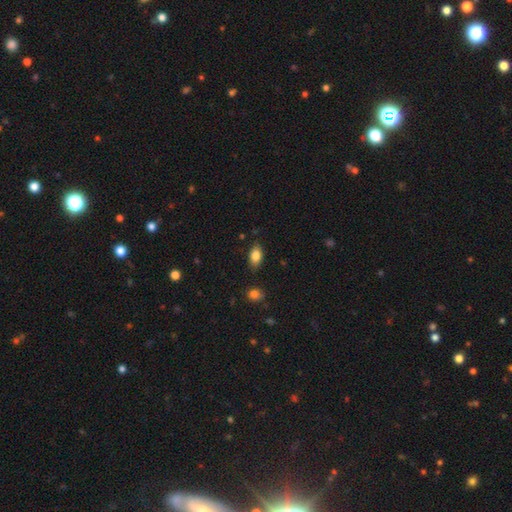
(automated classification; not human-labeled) smooth_or_featured: smooth (p=0.83) [alt: featured or disk p=0.09]
how_rounded: in between (p=0.89) [alt: round p=0.07]
merging: none (p=0.82) [alt: minor disturbance p=0.13]